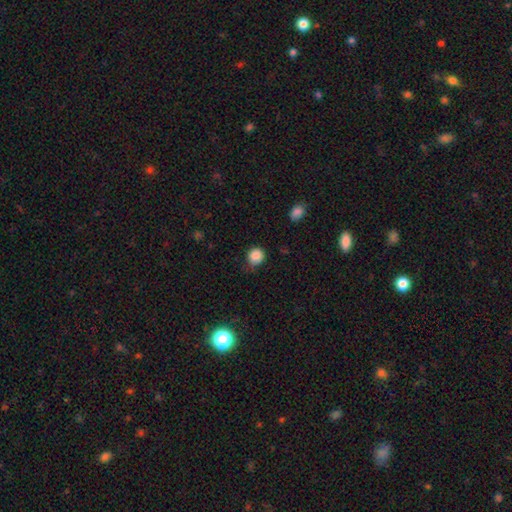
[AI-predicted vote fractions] A smooth galaxy with no disk features (85%) that is round (85%).

Vote fractions:
- Smooth or featured? smooth: 85% / star or artifact: 11% / featured or disk: 4%
- How rounded? round: 85% / in between: 14% / cigar-shaped: 1%
- Merging? none: 68% / minor disturbance: 24% / major disturbance: 6% / merger: 2%